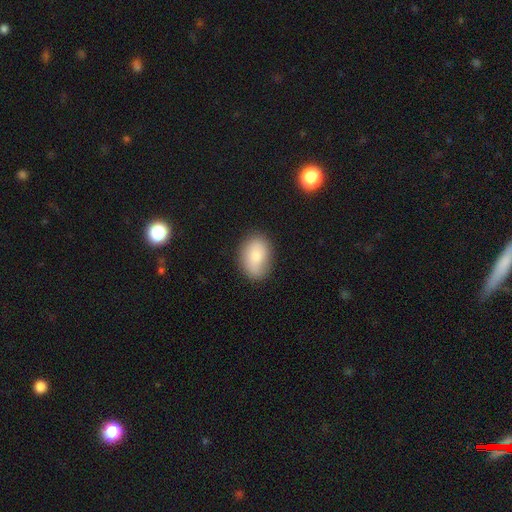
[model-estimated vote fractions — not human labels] smooth-or-featured: smooth: 79% | featured or disk: 14% | star or artifact: 7%
  how-rounded: in between: 80% | round: 19% | cigar-shaped: 1%
  merging: none: 81% | minor disturbance: 14% | major disturbance: 3% | merger: 1%